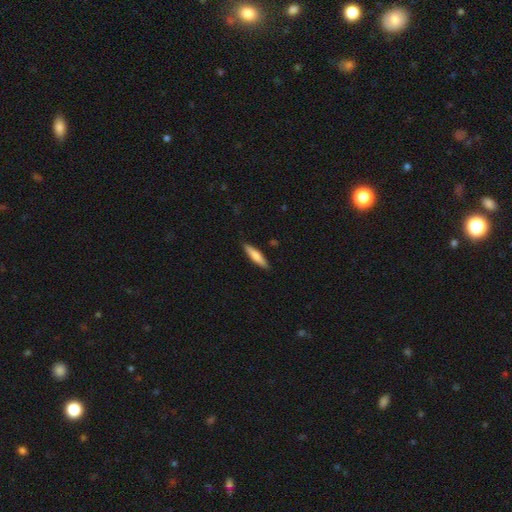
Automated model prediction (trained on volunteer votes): The model was most divided on "smooth or featured": smooth: 71%, featured or disk: 23%, star or artifact: 6%. More confident: merging — none (89%); how rounded — cigar-shaped (82%).